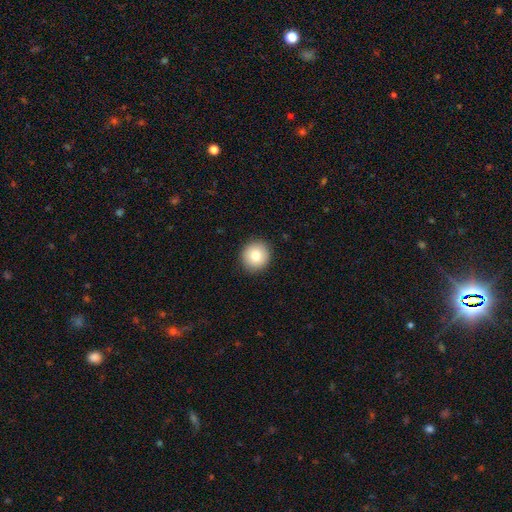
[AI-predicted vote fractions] smooth-or-featured: smooth: 82% | featured or disk: 10% | star or artifact: 8%
  how-rounded: round: 92% | in between: 7% | cigar-shaped: 1%
  merging: none: 92% | minor disturbance: 6% | major disturbance: 2% | merger: 1%